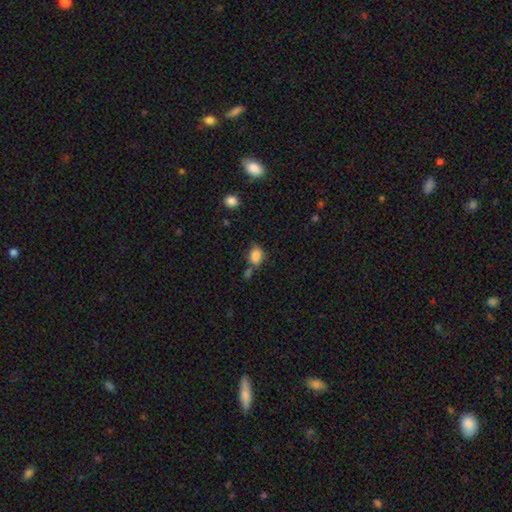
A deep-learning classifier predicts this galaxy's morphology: Overall: smooth (85%). How rounded: in between (67%; round 32%). Merging: none (59%; minor disturbance 21%).